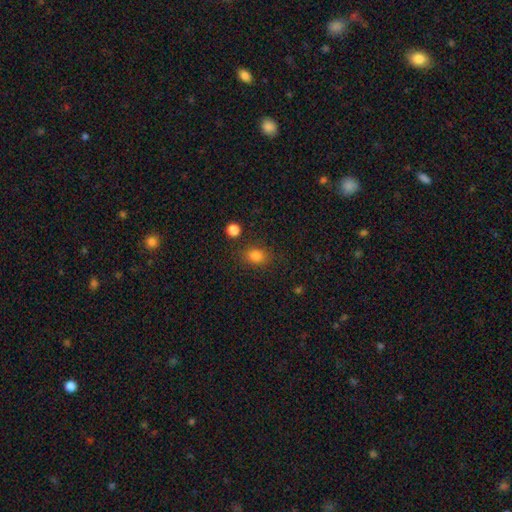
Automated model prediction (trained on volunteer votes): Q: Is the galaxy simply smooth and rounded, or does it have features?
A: smooth — 83%.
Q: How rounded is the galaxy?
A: in between — 56%.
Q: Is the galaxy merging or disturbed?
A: none — 81%.